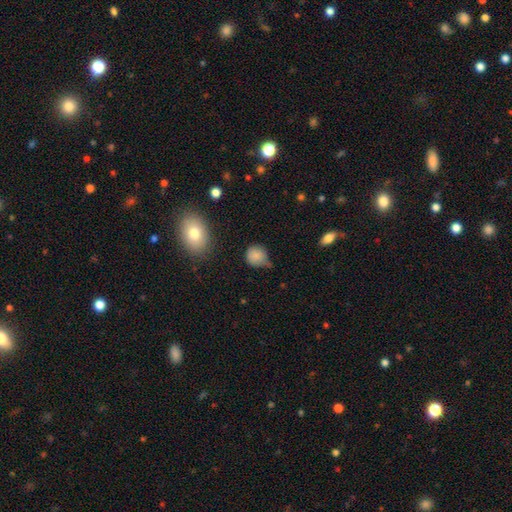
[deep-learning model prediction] Q: Smooth or featured?
A: smooth (83%); runner-up: star or artifact (10%)
Q: How rounded?
A: round (83%); runner-up: in between (16%)
Q: Merging?
A: none (54%); runner-up: minor disturbance (33%)